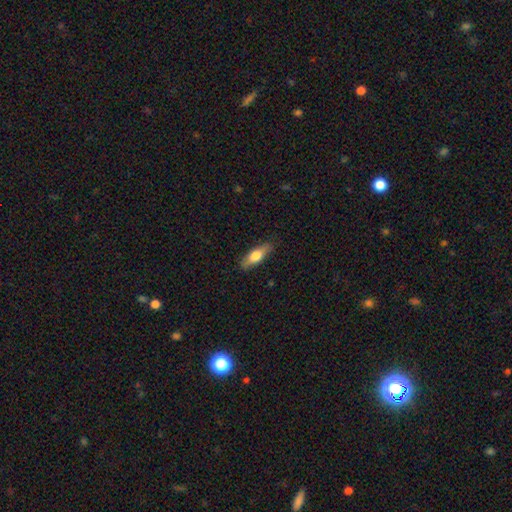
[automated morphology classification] Overall: smooth (66%; featured or disk 28%). How rounded: in between (55%; cigar-shaped 42%). Merging: none (85%).